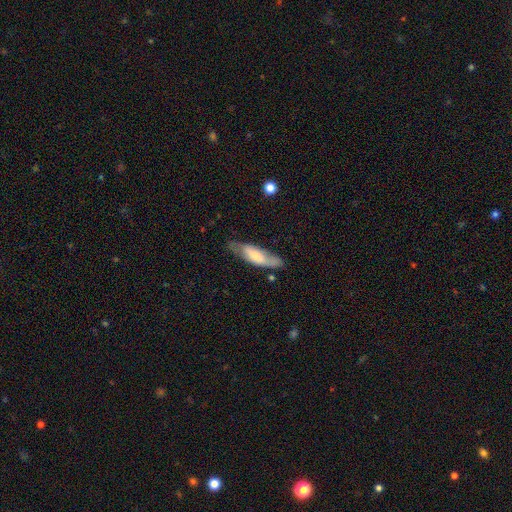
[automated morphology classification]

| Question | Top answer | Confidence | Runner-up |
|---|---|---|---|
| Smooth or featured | smooth | 55% | featured or disk (40%) |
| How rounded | in between | 51% | cigar-shaped (47%) |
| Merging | none | 68% | minor disturbance (23%) |